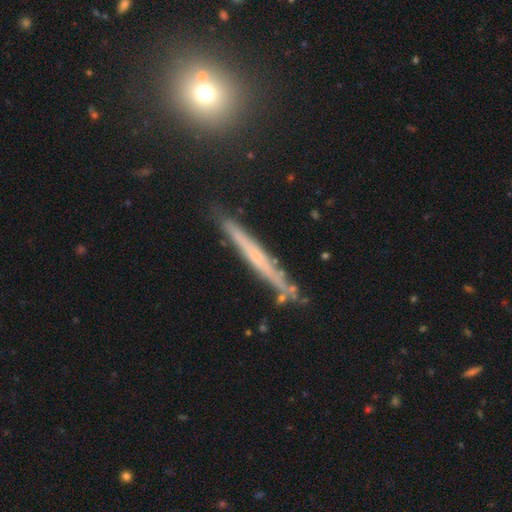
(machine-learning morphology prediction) Smooth or featured: featured or disk — 62% (smooth — 30%)
Edge-on disk: yes — 94% (no — 6%)
Edge-on bulge: none — 76% (rounded — 19%)
Merging: none — 80% (minor disturbance — 14%)